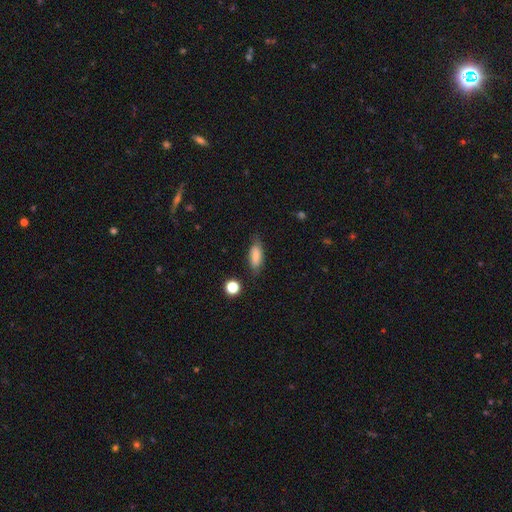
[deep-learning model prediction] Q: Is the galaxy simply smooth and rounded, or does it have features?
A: smooth — 76%.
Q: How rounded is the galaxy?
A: in between — 68%.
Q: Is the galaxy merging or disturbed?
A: none — 74%.